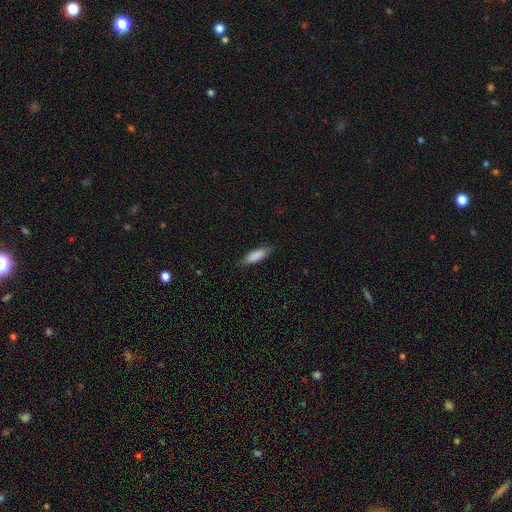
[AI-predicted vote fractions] Smooth or featured? smooth (87%)
How rounded? in between (50%)
Merging? none (85%)